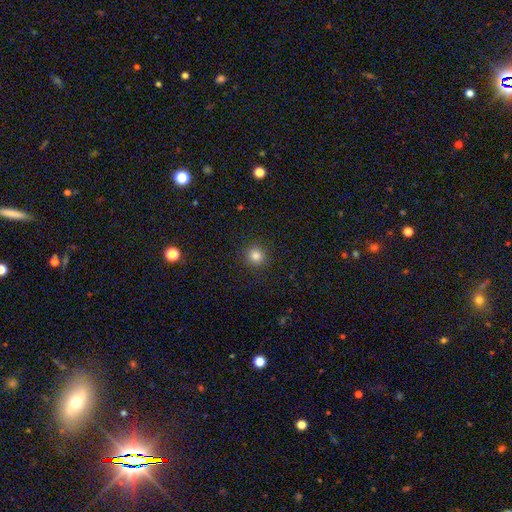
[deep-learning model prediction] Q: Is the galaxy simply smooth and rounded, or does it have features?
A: smooth — 82%.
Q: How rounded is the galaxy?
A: round — 94%.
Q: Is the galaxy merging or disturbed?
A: none — 92%.